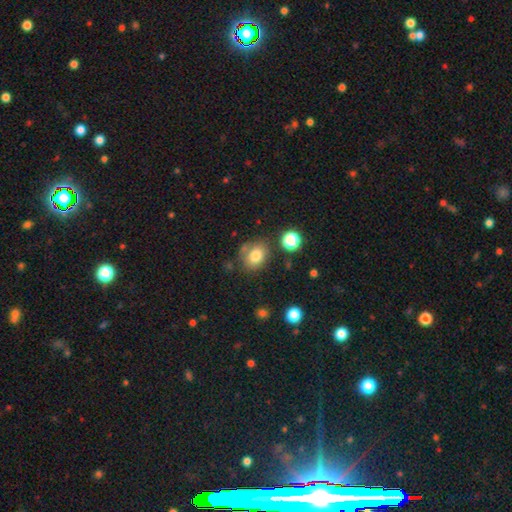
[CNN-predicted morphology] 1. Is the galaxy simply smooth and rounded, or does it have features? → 79% smooth, 12% star or artifact, 10% featured or disk.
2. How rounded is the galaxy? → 51% round, 48% in between, 1% cigar-shaped.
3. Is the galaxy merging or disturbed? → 67% none, 18% minor disturbance, 8% merger, 6% major disturbance.